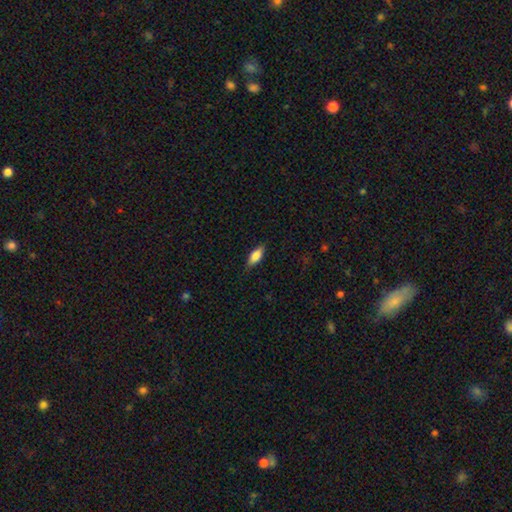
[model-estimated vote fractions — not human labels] A smooth galaxy with no disk features (77%) that is in between round and cigar-shaped (73%). Merging: none (83%).